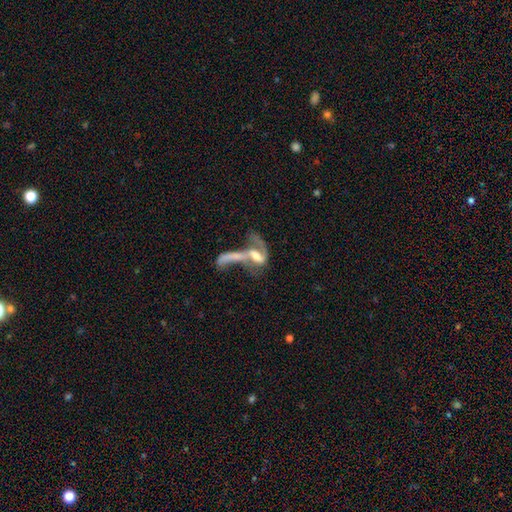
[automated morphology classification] smooth_or_featured: featured or disk (p=0.62) [alt: smooth p=0.30]
disk_edge_on: no (p=0.88) [alt: yes p=0.12]
bar: no (p=0.50) [alt: weak p=0.31]
has_spiral_arms: yes (p=0.63) [alt: no p=0.37]
bulge_size: moderate (p=0.44) [alt: small p=0.21]
merging: merger (p=0.62) [alt: major disturbance p=0.21]